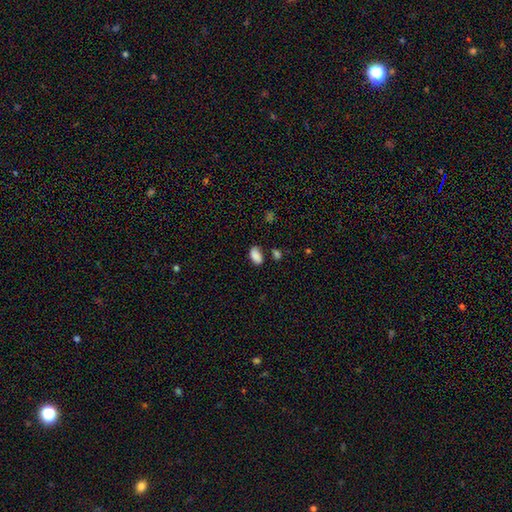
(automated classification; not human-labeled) The model was most divided on "merging": none: 70%, minor disturbance: 18%, merger: 8%, major disturbance: 4%. More confident: how rounded — in between (93%); smooth or featured — smooth (87%).